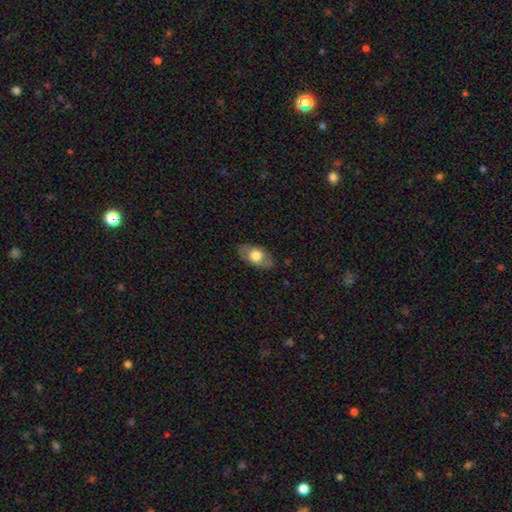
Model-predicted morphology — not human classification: This is possibly a smooth galaxy (56%). How rounded: clearly in between (88%). Merging: clearly none (81%).